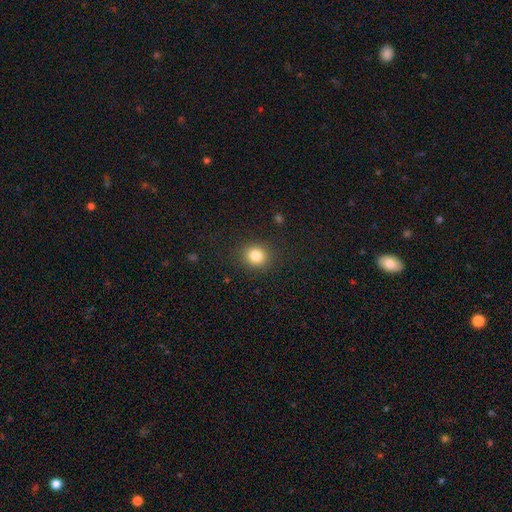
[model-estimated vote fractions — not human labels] Morphology: type=smooth (83%); roundness=round (80%); merging=none (89%).